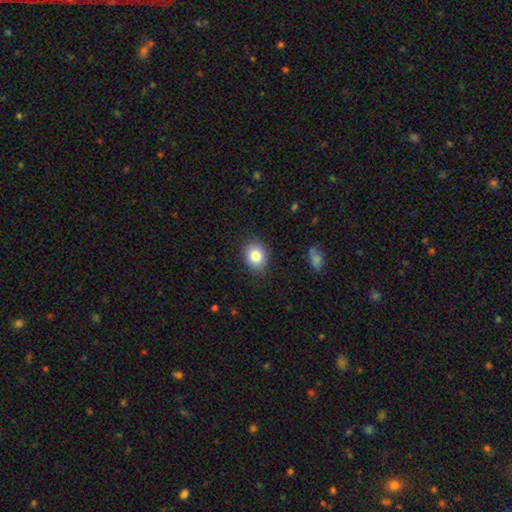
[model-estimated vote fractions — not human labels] The model was most divided on "how rounded": round: 51%, in between: 48%, cigar-shaped: 1%. More confident: merging — none (85%); smooth or featured — smooth (83%).